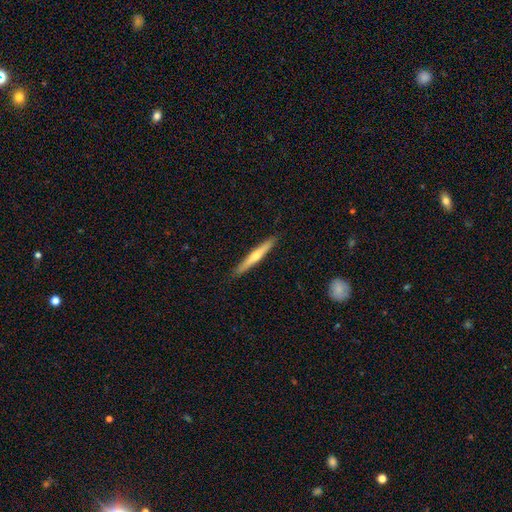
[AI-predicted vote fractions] The model was most divided on "smooth or featured": featured or disk: 51%, smooth: 44%, star or artifact: 5%. More confident: edge-on disk — yes (96%); merging — none (90%).